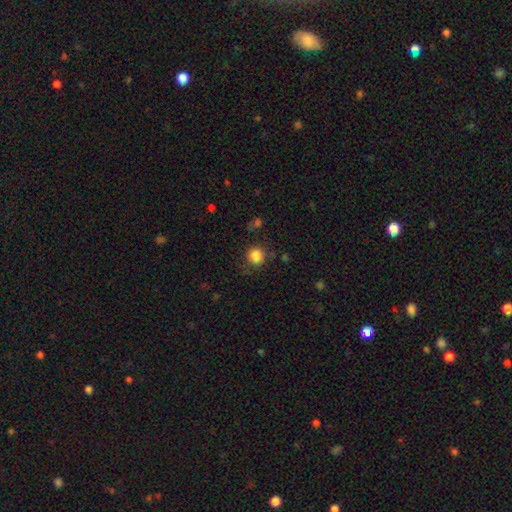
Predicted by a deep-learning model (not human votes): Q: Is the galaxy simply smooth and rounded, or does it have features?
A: smooth — 84%.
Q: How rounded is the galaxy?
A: round — 87%.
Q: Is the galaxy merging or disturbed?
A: none — 80%.